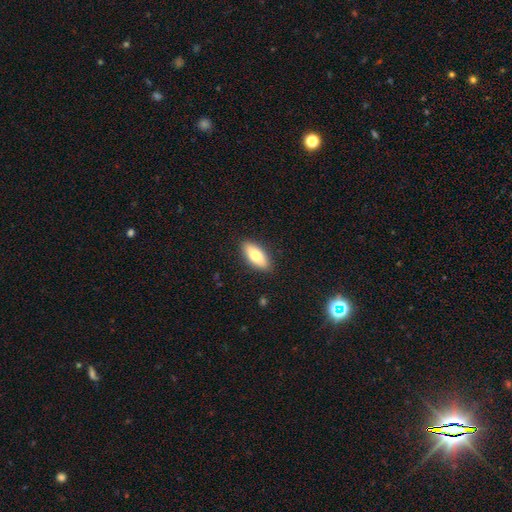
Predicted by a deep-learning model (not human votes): smooth-or-featured: smooth: 75% | featured or disk: 19% | star or artifact: 6%
  how-rounded: in between: 81% | cigar-shaped: 16% | round: 3%
  merging: none: 88% | minor disturbance: 9% | major disturbance: 2% | merger: 1%